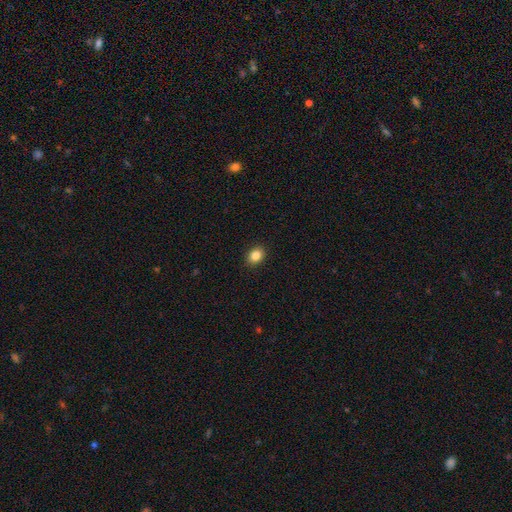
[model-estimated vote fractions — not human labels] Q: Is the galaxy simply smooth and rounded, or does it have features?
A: smooth — 85%.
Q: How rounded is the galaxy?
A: in between — 53%.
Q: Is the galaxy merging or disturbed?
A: none — 91%.